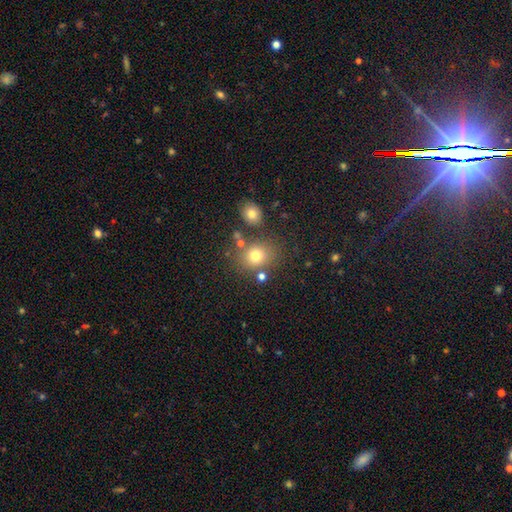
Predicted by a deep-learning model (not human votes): Smooth or featured? smooth (74%)
How rounded? round (65%)
Merging? none (73%)